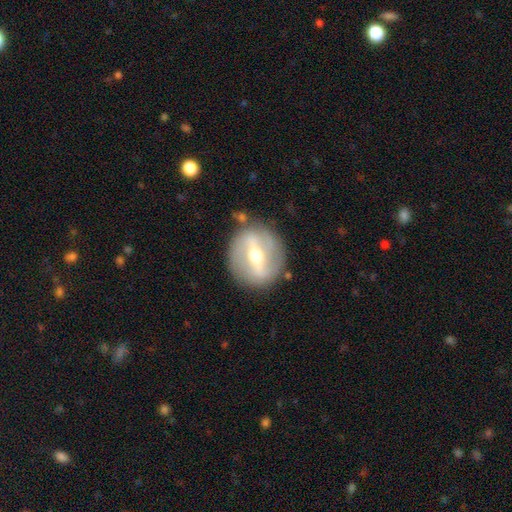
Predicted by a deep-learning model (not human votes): Smooth or featured: featured or disk — 74% (smooth — 20%)
Edge-on disk: no — 86% (yes — 14%)
Bar: strong — 64% (weak — 26%)
Spiral arms: yes — 52% (no — 48%)
Bulge size: moderate — 71% (small — 20%)
Merging: none — 83% (minor disturbance — 10%)